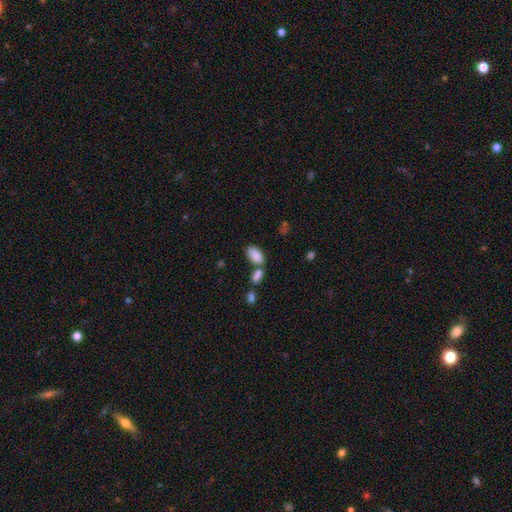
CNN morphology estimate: Q: Smooth or featured?
A: smooth (87%); runner-up: star or artifact (7%)
Q: How rounded?
A: in between (94%); runner-up: round (3%)
Q: Merging?
A: none (55%); runner-up: merger (28%)